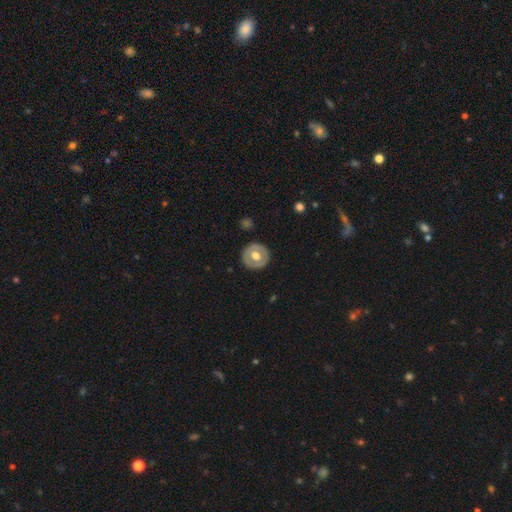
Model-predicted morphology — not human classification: Q: Smooth or featured?
A: smooth (50%); runner-up: featured or disk (45%)
Q: Merging?
A: none (88%); runner-up: minor disturbance (8%)